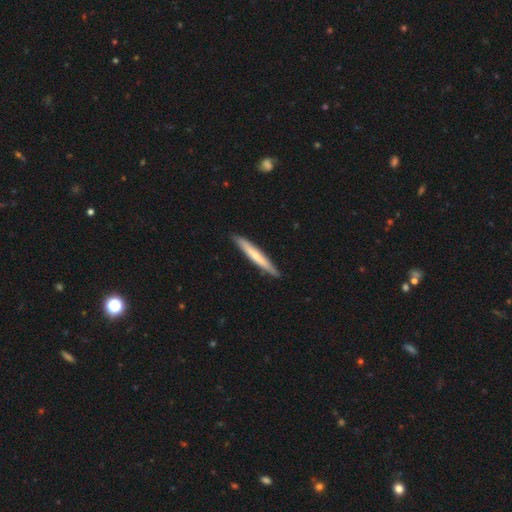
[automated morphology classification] smooth-or-featured: smooth: 56% | featured or disk: 39% | star or artifact: 5%
  how-rounded: cigar-shaped: 96% | in between: 3% | round: 1%
  merging: none: 90% | minor disturbance: 8% | major disturbance: 1% | merger: 1%